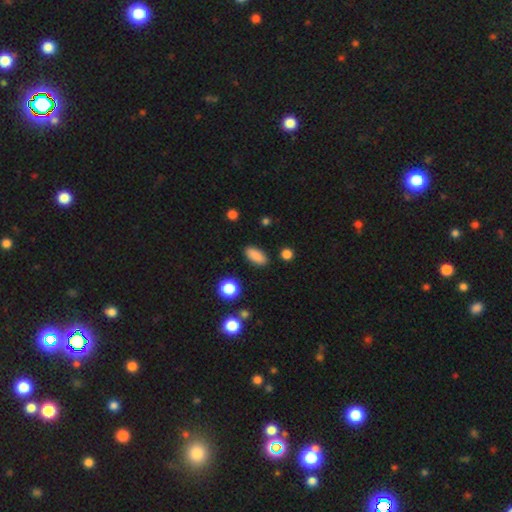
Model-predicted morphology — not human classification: Smooth or featured? Predicted: smooth (p=0.87). How rounded? Predicted: in between (p=0.83). Merging? Predicted: none (p=0.89).